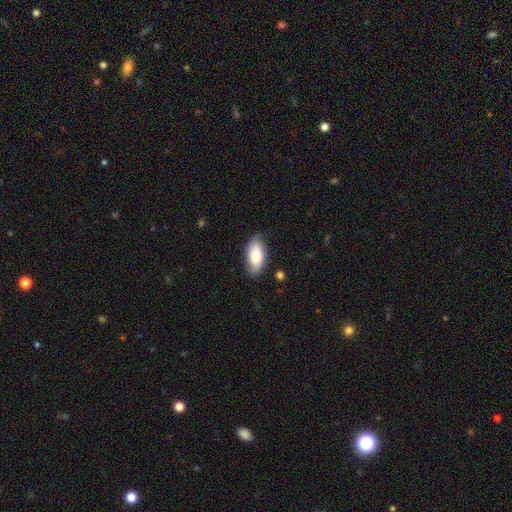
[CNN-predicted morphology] smooth 78%, featured or disk 16%, star or artifact 7%. Down the decision tree: how rounded — in between (93%); merging — none (74%).